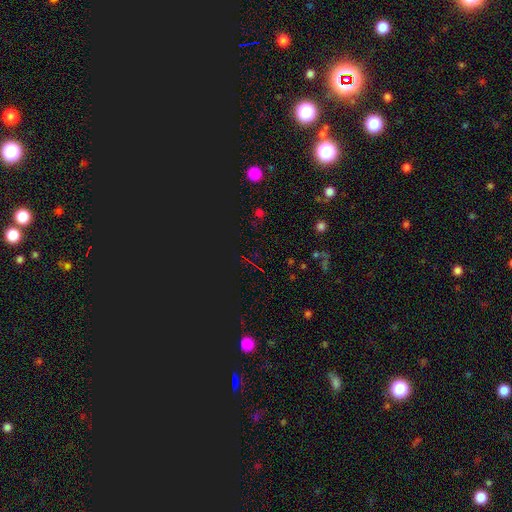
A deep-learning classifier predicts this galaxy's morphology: Smooth or featured? star or artifact (76%)